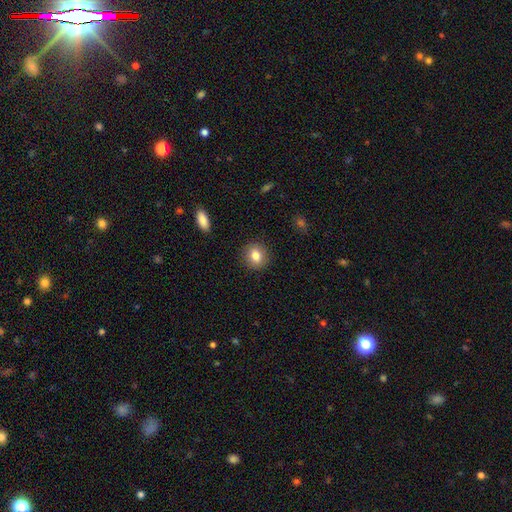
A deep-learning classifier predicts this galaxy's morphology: Overall: smooth (82%). How rounded: round (79%). Merging: none (90%).